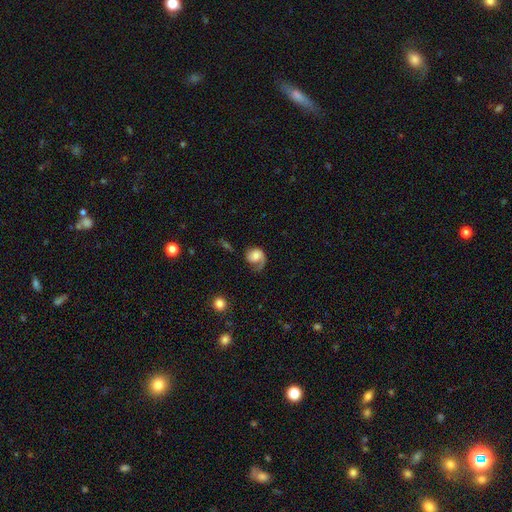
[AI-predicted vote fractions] Smooth or featured? featured or disk (60%)
Edge-on disk? no (98%)
Bar? no (74%)
Spiral arms? yes (90%)
Spiral winding? medium (35%, tied with loose)
Spiral arm count? 1 (79%)
Bulge size? moderate (39%)
Merging? none (42%)